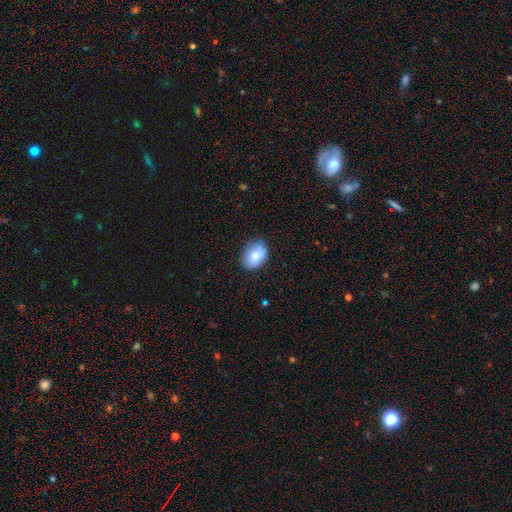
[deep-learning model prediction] Q: Smooth or featured?
A: smooth (78%); runner-up: featured or disk (14%)
Q: How rounded?
A: in between (65%); runner-up: round (34%)
Q: Merging?
A: none (72%); runner-up: minor disturbance (22%)